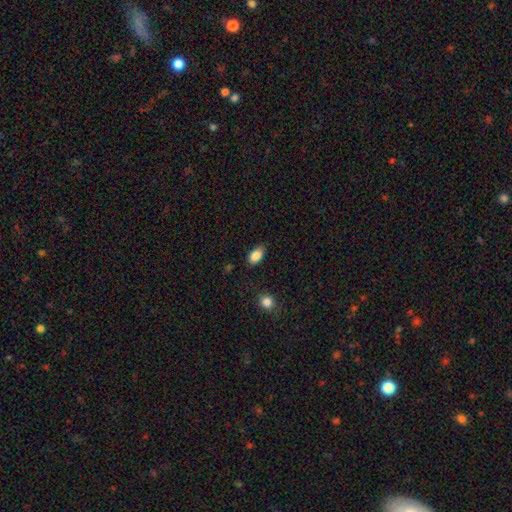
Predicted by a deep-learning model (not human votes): Smooth or featured?
  - smooth: 87% *
  - star or artifact: 8%
  - featured or disk: 5%
How rounded?
  - in between: 92% *
  - round: 6%
  - cigar-shaped: 2%
Merging?
  - none: 81% *
  - minor disturbance: 14%
  - major disturbance: 3%
  - merger: 2%